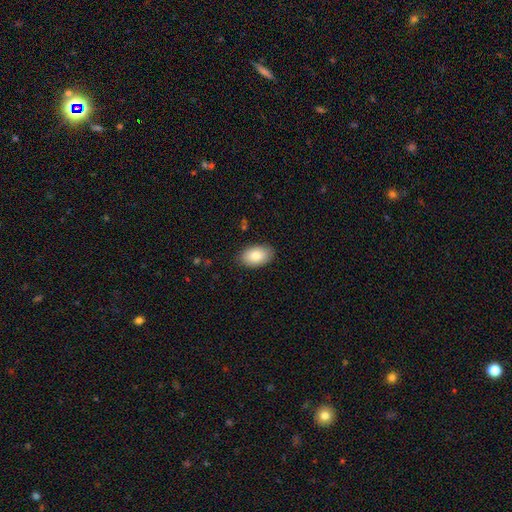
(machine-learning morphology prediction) This is clearly a smooth galaxy (85%). How rounded: clearly in between (93%). Merging: clearly none (86%).